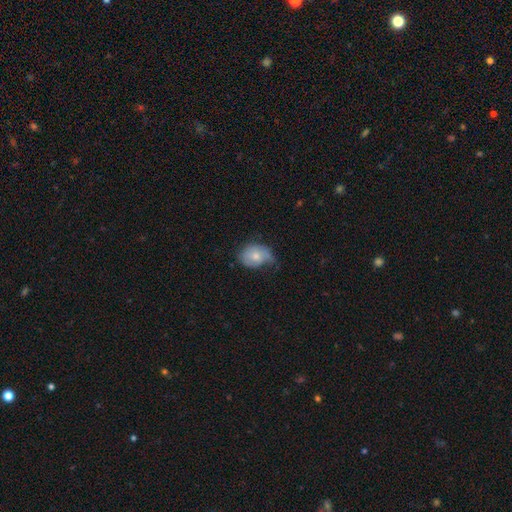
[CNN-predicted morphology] smooth 65%, featured or disk 28%, star or artifact 7%. Down the decision tree: how rounded — in between (60%); merging — minor disturbance (43%).